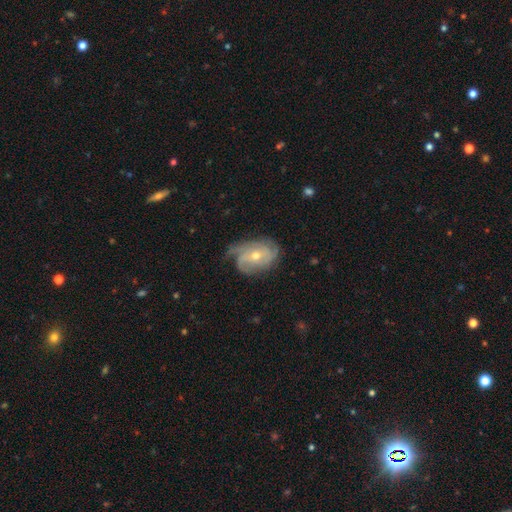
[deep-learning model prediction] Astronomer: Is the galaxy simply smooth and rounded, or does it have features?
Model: featured or disk — 81%.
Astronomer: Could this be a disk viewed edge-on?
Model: no — 96%.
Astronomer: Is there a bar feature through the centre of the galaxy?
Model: no — 64%.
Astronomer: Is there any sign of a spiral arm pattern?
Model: yes — 94%.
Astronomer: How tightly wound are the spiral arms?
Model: tight — 48% (runner-up: medium, 34%).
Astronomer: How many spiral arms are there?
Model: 3 — 29% (runner-up: can't tell, 27%).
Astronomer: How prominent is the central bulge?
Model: moderate — 53% (runner-up: small, 44%).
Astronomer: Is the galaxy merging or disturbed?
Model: none — 57%.